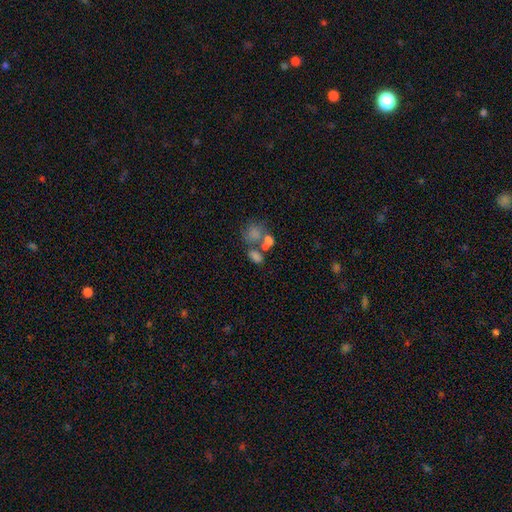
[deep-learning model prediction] smooth-or-featured: smooth: 69% | featured or disk: 17% | star or artifact: 14%
  how-rounded: in between: 67% | round: 31% | cigar-shaped: 2%
  merging: merger: 47% | none: 33% | minor disturbance: 11% | major disturbance: 9%